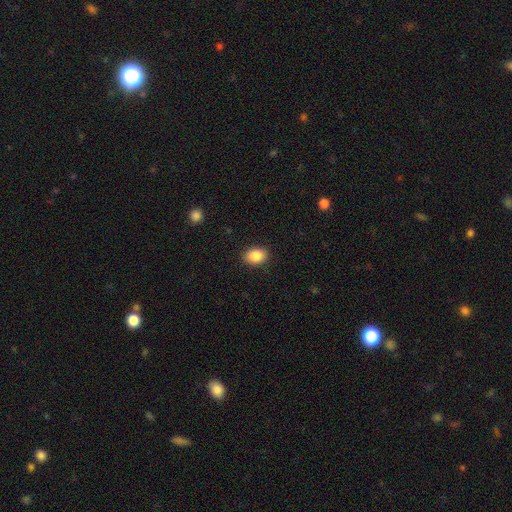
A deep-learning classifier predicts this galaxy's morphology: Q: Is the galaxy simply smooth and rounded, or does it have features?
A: smooth — 87%.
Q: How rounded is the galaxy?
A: in between — 70%.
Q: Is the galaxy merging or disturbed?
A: none — 90%.